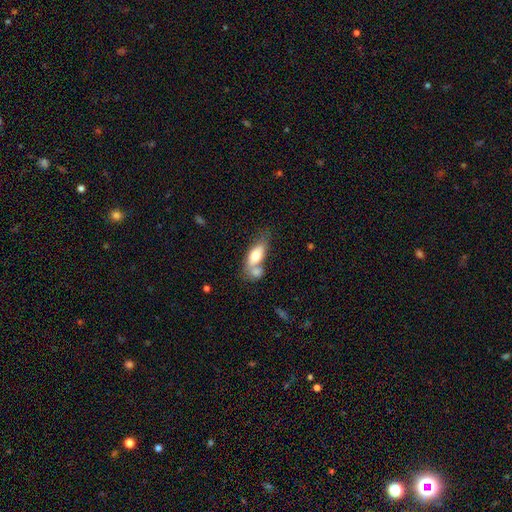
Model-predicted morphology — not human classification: smooth 68%, featured or disk 25%, star or artifact 7%. Down the decision tree: how rounded — in between (80%); merging — merger (53%).